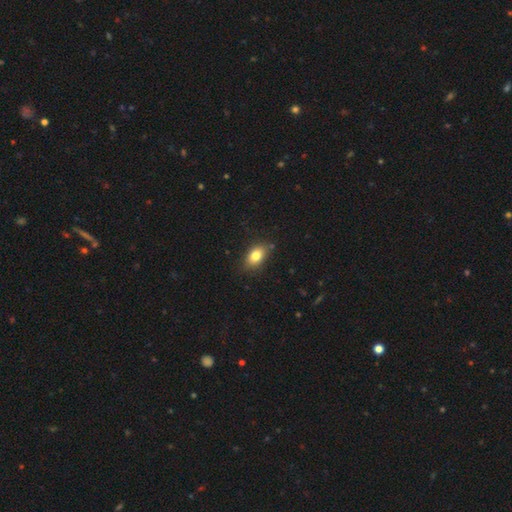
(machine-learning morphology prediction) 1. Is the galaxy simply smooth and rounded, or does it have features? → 81% smooth, 10% featured or disk, 9% star or artifact.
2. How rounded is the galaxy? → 86% in between, 12% round, 2% cigar-shaped.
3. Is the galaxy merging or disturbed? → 82% none, 13% minor disturbance, 3% major disturbance, 2% merger.